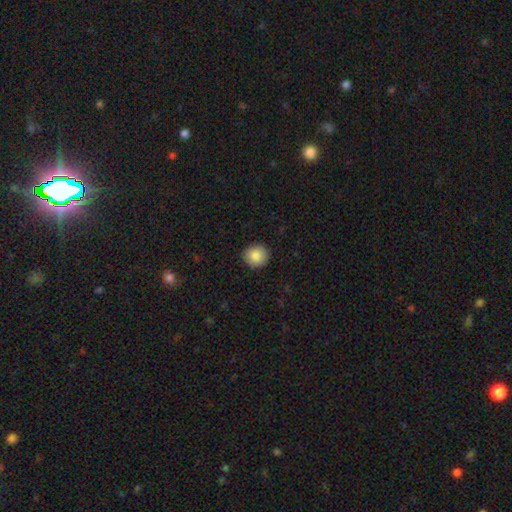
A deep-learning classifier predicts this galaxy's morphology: This is clearly a smooth galaxy (87%). How rounded: clearly round (88%). Merging: clearly none (90%).